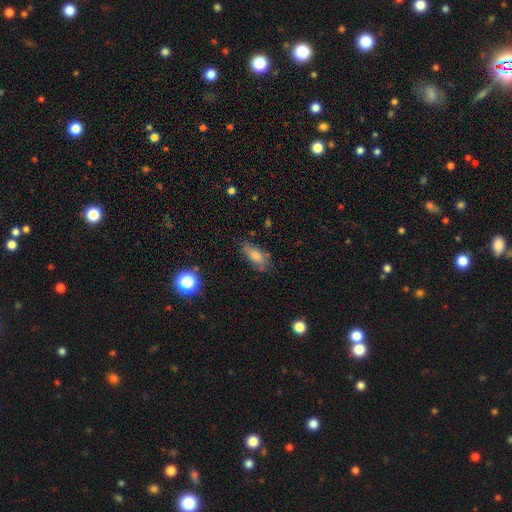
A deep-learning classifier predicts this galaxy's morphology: Smooth or featured?
  - smooth: 76% *
  - featured or disk: 15%
  - star or artifact: 9%
How rounded?
  - in between: 78% *
  - cigar-shaped: 19%
  - round: 4%
Merging?
  - none: 72% *
  - minor disturbance: 20%
  - major disturbance: 5%
  - merger: 3%